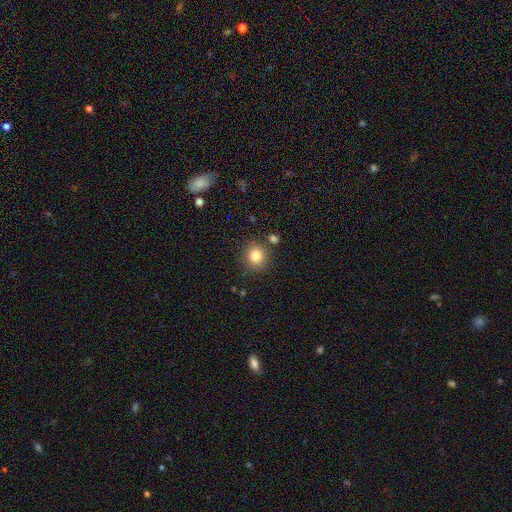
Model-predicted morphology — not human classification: Smooth or featured? smooth (81%)
How rounded? round (89%)
Merging? none (81%)